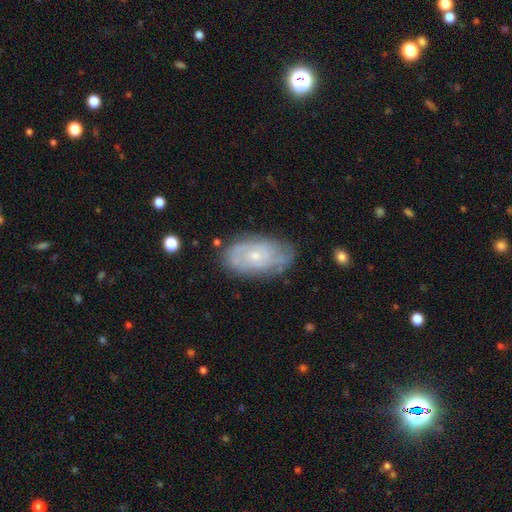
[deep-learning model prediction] smooth-or-featured: featured or disk: 66% | smooth: 27% | star or artifact: 7%
  disk-edge-on: no: 94% | yes: 6%
    bar: no: 79% | weak: 18% | strong: 3%
    has-spiral-arms: yes: 80% | no: 20%
    bulge-size: small: 70% | moderate: 25% | none: 2% | large: 1% | dominant: 1%
  merging: none: 73% | minor disturbance: 20% | major disturbance: 6% | merger: 2%